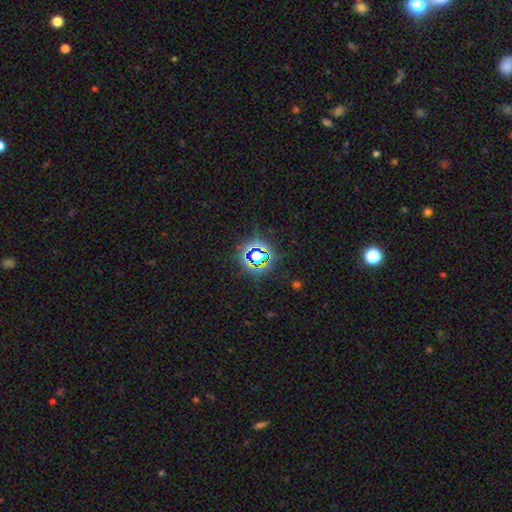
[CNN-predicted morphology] Q: Smooth or featured?
A: star or artifact (68%); runner-up: smooth (21%)